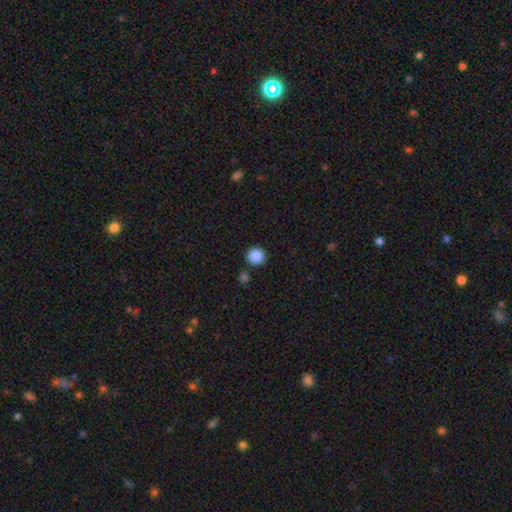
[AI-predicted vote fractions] smooth 88%, star or artifact 9%, featured or disk 3%. Down the decision tree: how rounded — round (93%); merging — none (83%).